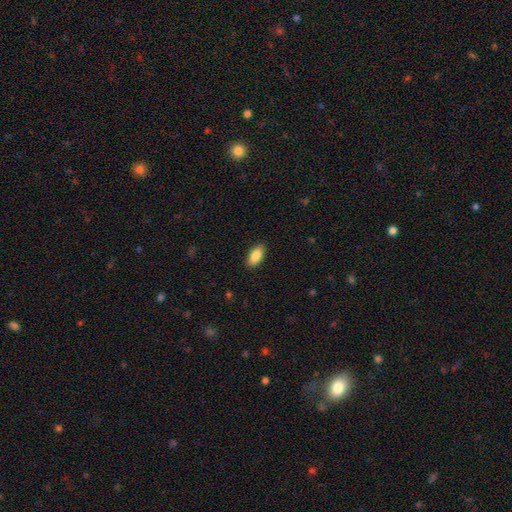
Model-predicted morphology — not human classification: Smooth or featured: smooth — 88% (star or artifact — 7%)
How rounded: in between — 92% (cigar-shaped — 5%)
Merging: none — 89% (minor disturbance — 8%)